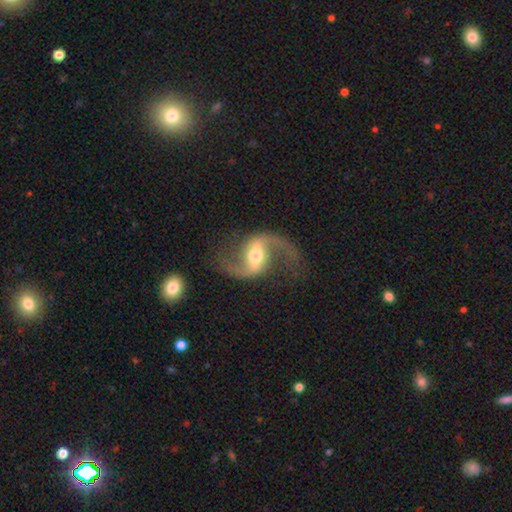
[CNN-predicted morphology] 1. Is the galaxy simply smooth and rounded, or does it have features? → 93% featured or disk, 4% star or artifact, 3% smooth.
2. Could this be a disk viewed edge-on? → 97% no, 3% yes.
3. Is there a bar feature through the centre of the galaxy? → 52% strong, 35% weak, 13% no.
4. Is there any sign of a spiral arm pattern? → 98% yes, 2% no.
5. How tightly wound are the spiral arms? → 68% loose, 27% medium, 5% tight.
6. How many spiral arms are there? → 94% 2, 2% 1, 1% can't tell, 1% 3, 1% 4, 1% more than 4.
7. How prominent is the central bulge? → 65% moderate, 22% small, 10% large, 1% none, 1% dominant.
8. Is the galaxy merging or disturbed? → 80% none, 11% minor disturbance, 7% major disturbance, 2% merger.